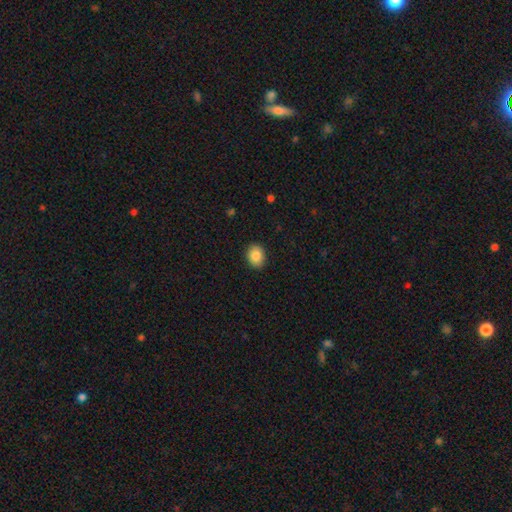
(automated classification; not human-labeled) Smooth or featured: smooth — 87% (star or artifact — 8%)
How rounded: in between — 55% (round — 44%)
Merging: none — 90% (minor disturbance — 7%)